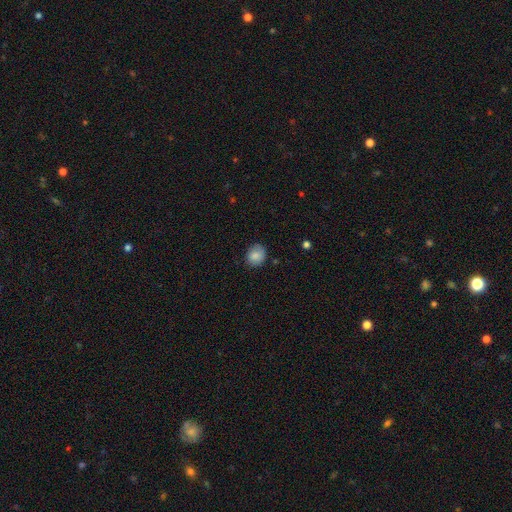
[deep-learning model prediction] Overall: smooth (84%). How rounded: round (72%). Merging: none (76%).